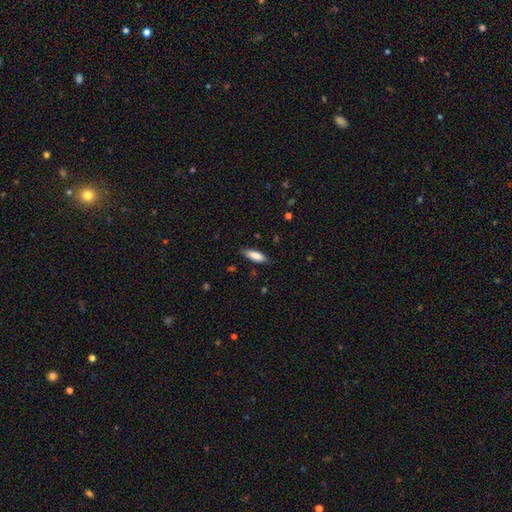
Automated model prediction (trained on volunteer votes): Q: Smooth or featured?
A: smooth (83%); runner-up: featured or disk (11%)
Q: How rounded?
A: in between (54%); runner-up: cigar-shaped (44%)
Q: Merging?
A: none (82%); runner-up: minor disturbance (14%)